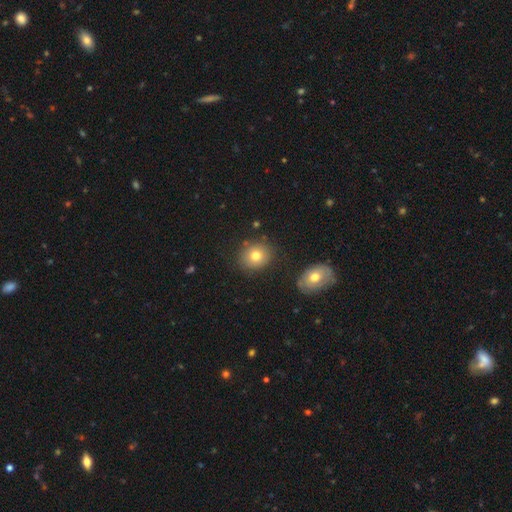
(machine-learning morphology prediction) smooth 78%, featured or disk 11%, star or artifact 11%. Down the decision tree: how rounded — round (70%); merging — none (82%).